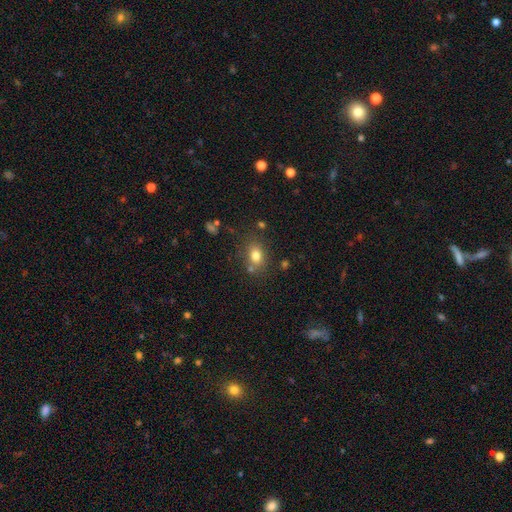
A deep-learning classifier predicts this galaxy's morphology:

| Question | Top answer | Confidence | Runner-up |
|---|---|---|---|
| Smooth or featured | smooth | 78% | star or artifact (12%) |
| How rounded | in between | 62% | round (37%) |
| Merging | none | 74% | minor disturbance (14%) |